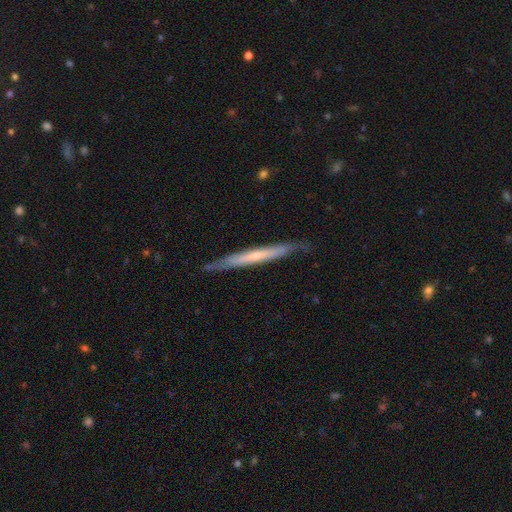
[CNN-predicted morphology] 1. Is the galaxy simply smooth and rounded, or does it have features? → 55% featured or disk, 40% smooth, 5% star or artifact.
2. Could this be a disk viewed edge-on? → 92% yes, 8% no.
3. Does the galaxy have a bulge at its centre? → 67% none, 28% rounded, 5% boxy.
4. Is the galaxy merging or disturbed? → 81% none, 15% minor disturbance, 2% major disturbance, 1% merger.